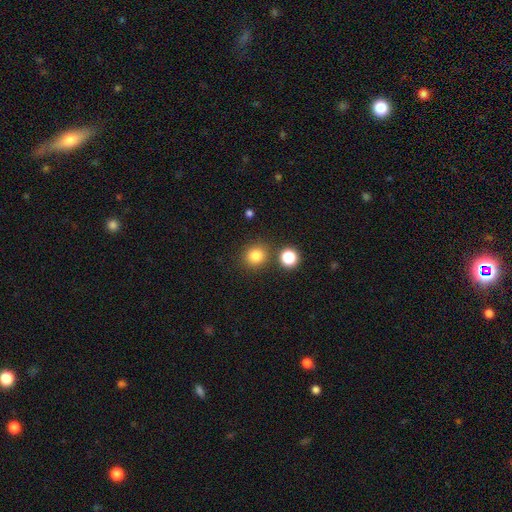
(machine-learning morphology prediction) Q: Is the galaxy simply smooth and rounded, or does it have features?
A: smooth — 81%.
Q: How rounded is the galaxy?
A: round — 87%.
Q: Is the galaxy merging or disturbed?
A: none — 82%.